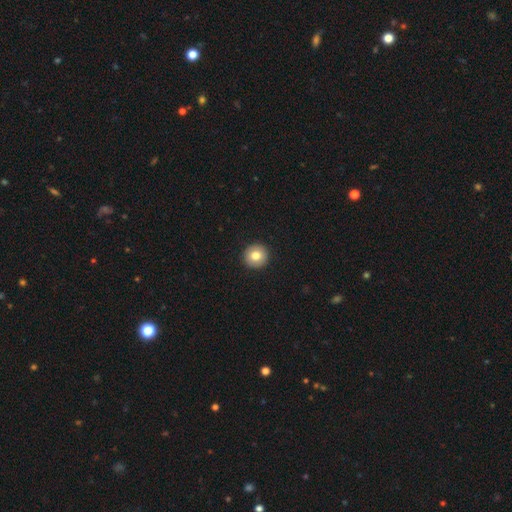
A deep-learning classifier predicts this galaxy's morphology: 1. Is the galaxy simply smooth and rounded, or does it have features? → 80% smooth, 11% featured or disk, 9% star or artifact.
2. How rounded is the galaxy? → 94% round, 5% in between, 1% cigar-shaped.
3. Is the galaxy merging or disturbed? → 93% none, 4% minor disturbance, 1% major disturbance, 1% merger.